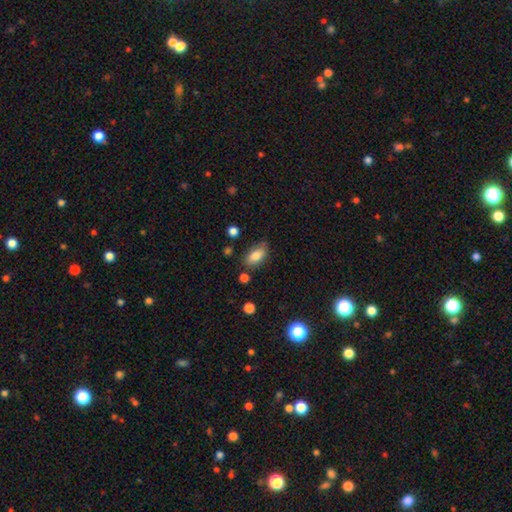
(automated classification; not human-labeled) Q: Smooth or featured?
A: smooth (81%); runner-up: featured or disk (11%)
Q: How rounded?
A: in between (89%); runner-up: cigar-shaped (6%)
Q: Merging?
A: none (73%); runner-up: minor disturbance (19%)